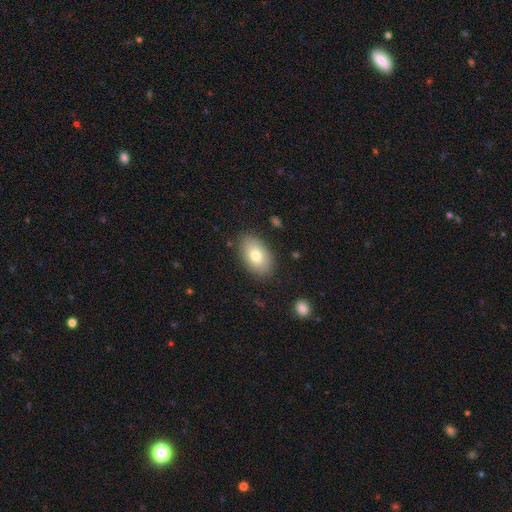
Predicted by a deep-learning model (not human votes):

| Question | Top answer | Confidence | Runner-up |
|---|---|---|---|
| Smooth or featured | smooth | 76% | featured or disk (17%) |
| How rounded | in between | 91% | round (8%) |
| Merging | none | 84% | minor disturbance (12%) |